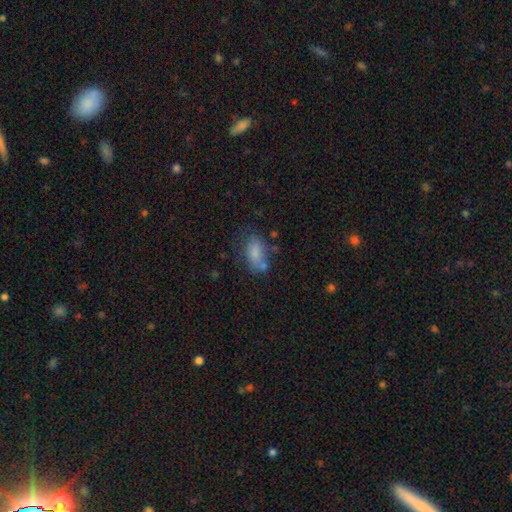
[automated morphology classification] smooth-or-featured: smooth: 75% | featured or disk: 16% | star or artifact: 10%
  how-rounded: in between: 89% | round: 6% | cigar-shaped: 5%
  merging: none: 48% | minor disturbance: 25% | merger: 14% | major disturbance: 14%